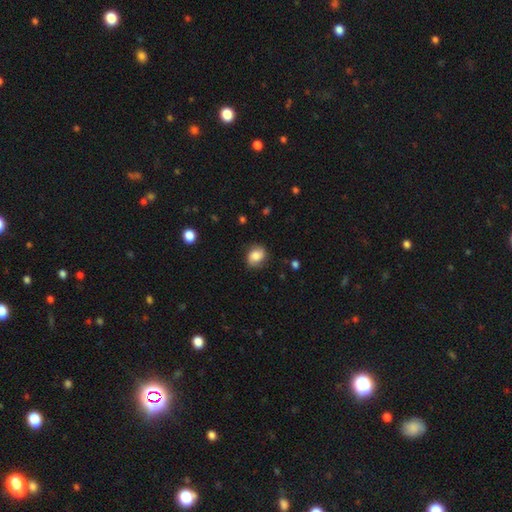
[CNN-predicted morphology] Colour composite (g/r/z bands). It shows a smooth galaxy with no disk features (72%) that is in between round and cigar-shaped (53%). Merging: none (76%).